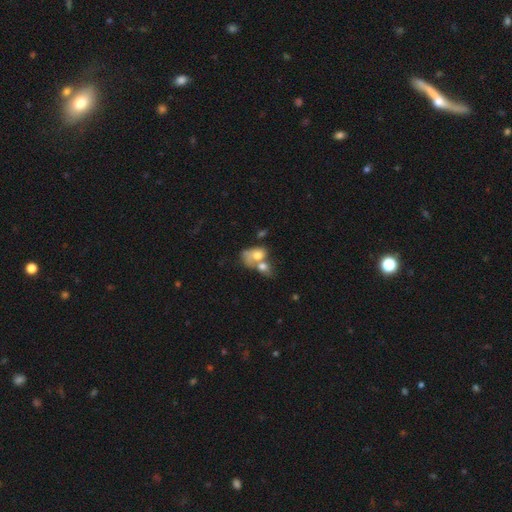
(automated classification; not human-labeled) Smooth or featured: smooth — 64% (featured or disk — 26%)
How rounded: in between — 68% (round — 31%)
Merging: merger — 72% (none — 13%)